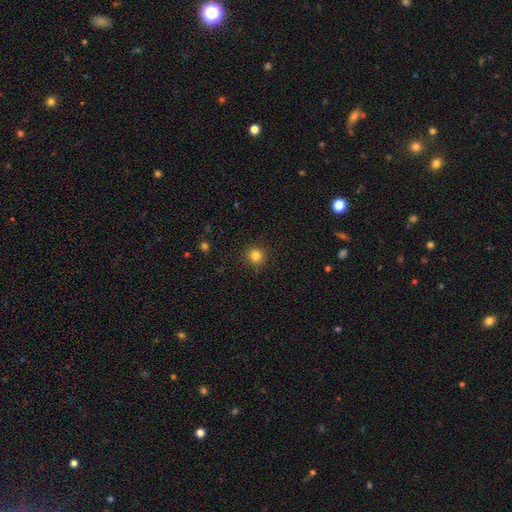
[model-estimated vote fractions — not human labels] A smooth galaxy with no disk features (83%) that is round (94%). Merging: none (90%).